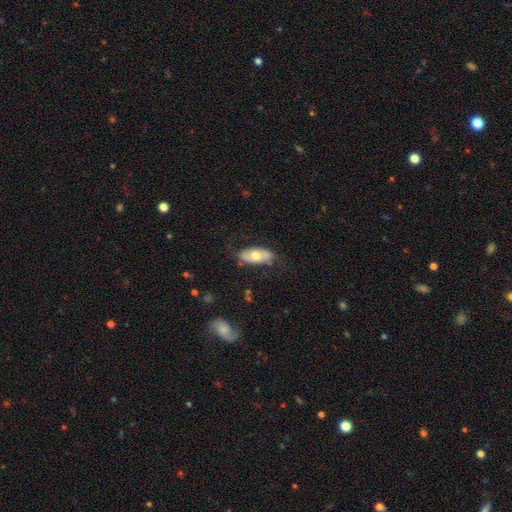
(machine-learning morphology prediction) Overall: smooth (56%; featured or disk 38%). How rounded: in between (89%). Merging: none (72%).